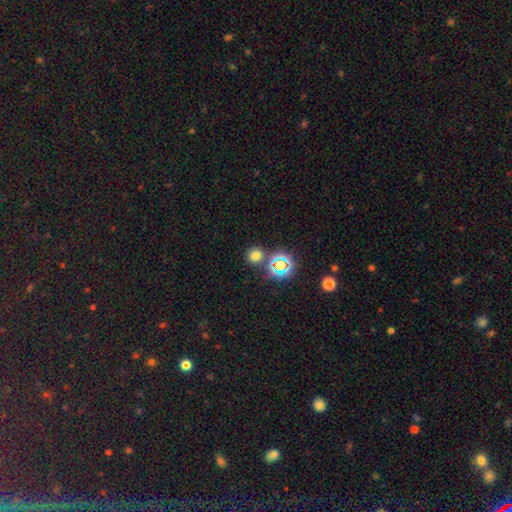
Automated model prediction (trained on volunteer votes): smooth-or-featured: smooth: 67% | star or artifact: 26% | featured or disk: 7%
  how-rounded: round: 87% | in between: 12% | cigar-shaped: 1%
  merging: none: 78% | merger: 11% | minor disturbance: 8% | major disturbance: 3%